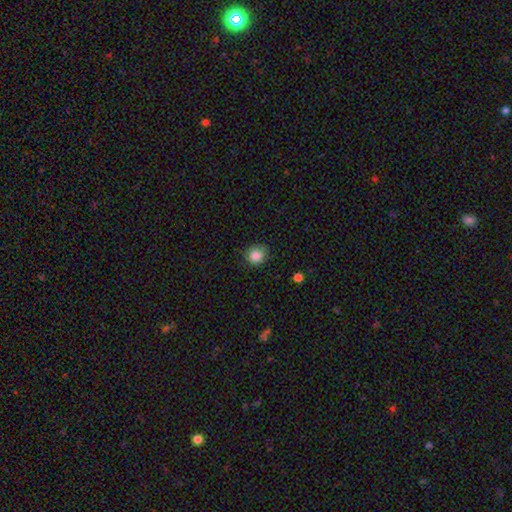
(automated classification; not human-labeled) This is clearly a smooth galaxy (86%). How rounded: clearly round (87%). Merging: clearly none (84%).